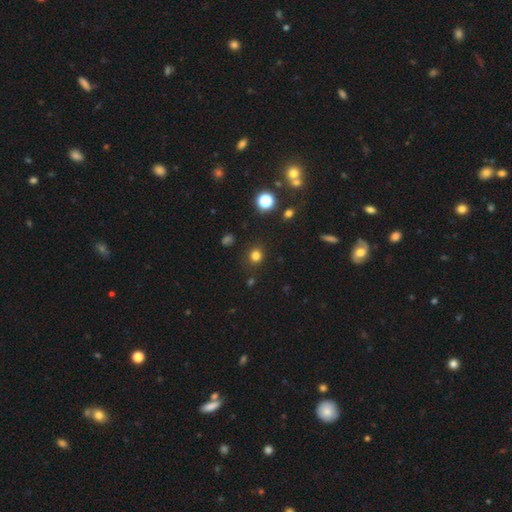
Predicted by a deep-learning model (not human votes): smooth 79%, star or artifact 16%, featured or disk 5%. Down the decision tree: how rounded — round (85%); merging — none (87%).